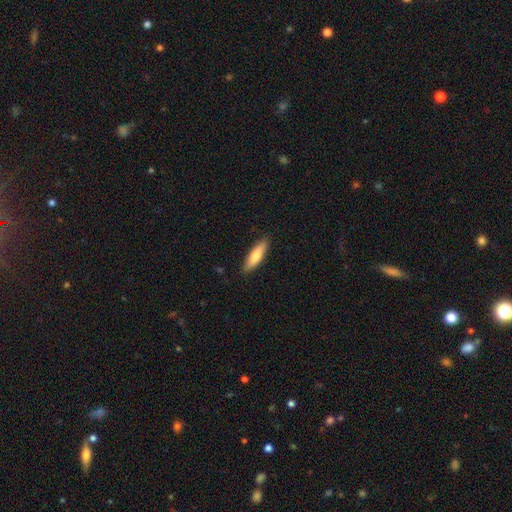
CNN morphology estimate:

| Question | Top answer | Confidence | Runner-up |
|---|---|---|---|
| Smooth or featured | smooth | 78% | featured or disk (17%) |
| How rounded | cigar-shaped | 68% | in between (30%) |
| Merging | none | 86% | minor disturbance (11%) |